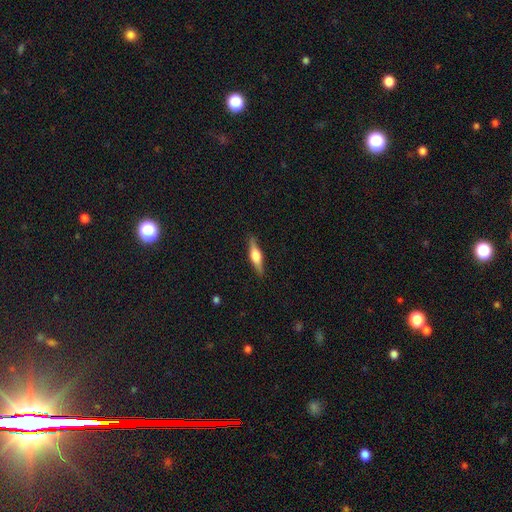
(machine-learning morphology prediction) Smooth or featured: featured or disk — 61% (smooth — 33%)
Edge-on disk: yes — 96% (no — 4%)
Edge-on bulge: rounded — 88% (boxy — 10%)
Merging: none — 88% (minor disturbance — 9%)